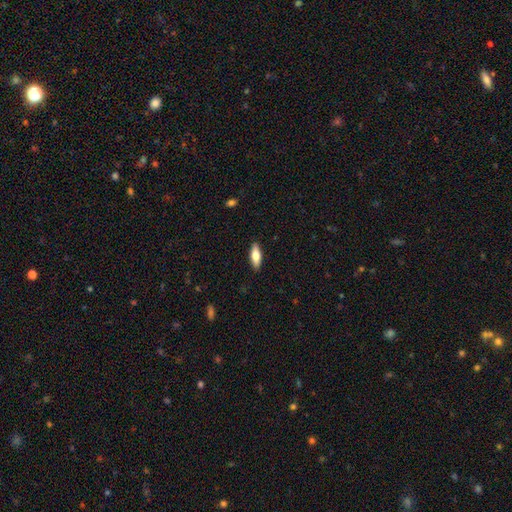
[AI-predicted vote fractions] Smooth or featured? Predicted: smooth (p=0.70). How rounded? Predicted: in between (p=0.59). Merging? Predicted: none (p=0.89).